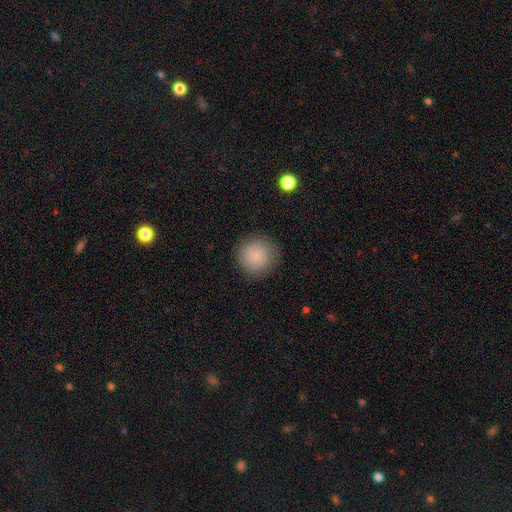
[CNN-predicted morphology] This appears to be a smooth galaxy with no disk features (81%) that is round (94%). Merging: none (86%).